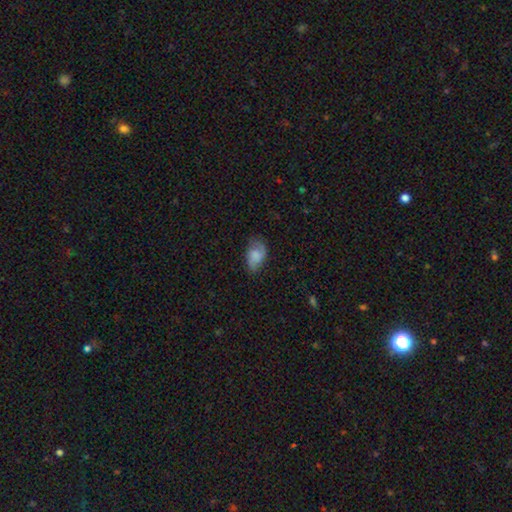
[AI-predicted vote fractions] A smooth galaxy with no disk features (67%) that is in between round and cigar-shaped (89%). Merging: none (59%).